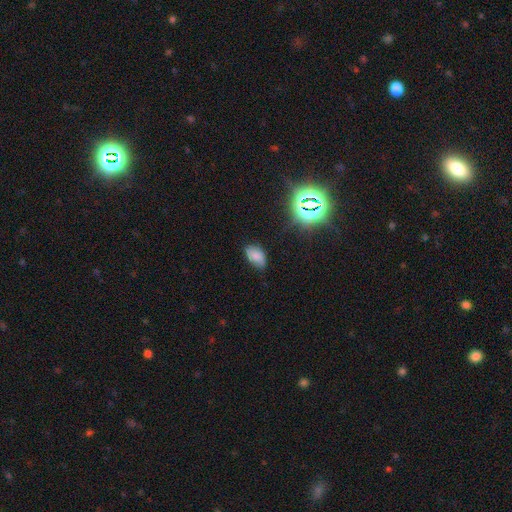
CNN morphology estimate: The model was most divided on "merging": none: 68%, minor disturbance: 25%, major disturbance: 5%, merger: 2%. More confident: how rounded — in between (91%); smooth or featured — smooth (74%).